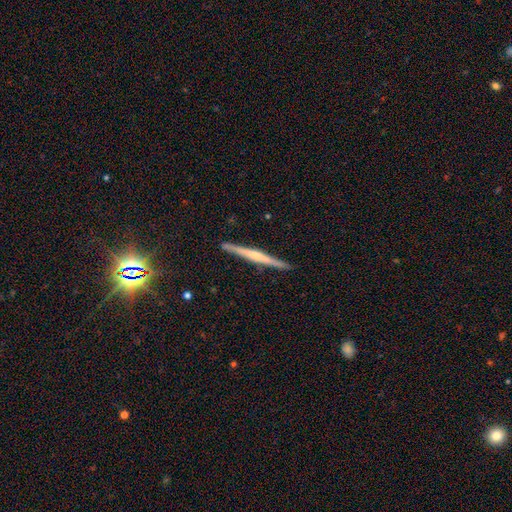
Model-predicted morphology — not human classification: Q: Smooth or featured?
A: featured or disk (68%); runner-up: smooth (26%)
Q: Edge-on disk?
A: yes (98%); runner-up: no (2%)
Q: Edge-on bulge?
A: rounded (46%); runner-up: none (38%)
Q: Merging?
A: none (91%); runner-up: minor disturbance (7%)